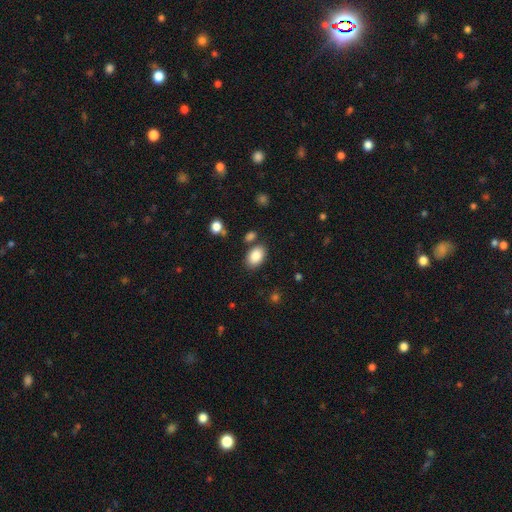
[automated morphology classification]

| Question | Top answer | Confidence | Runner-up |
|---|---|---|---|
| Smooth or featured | smooth | 87% | star or artifact (8%) |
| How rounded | in between | 87% | round (12%) |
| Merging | none | 79% | minor disturbance (12%) |